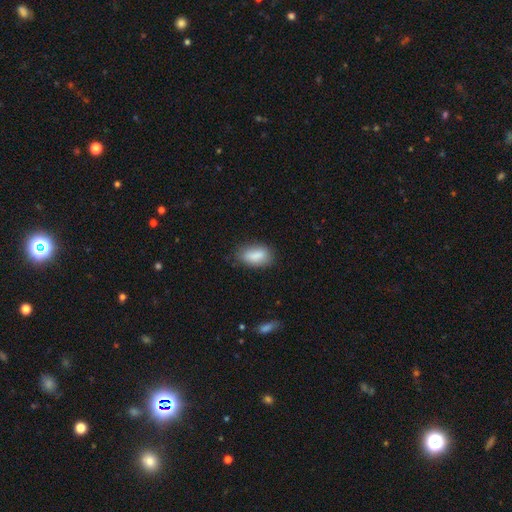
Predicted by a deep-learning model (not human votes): This is clearly a smooth galaxy (85%). How rounded: clearly in between (89%). Merging: likely none (75%).